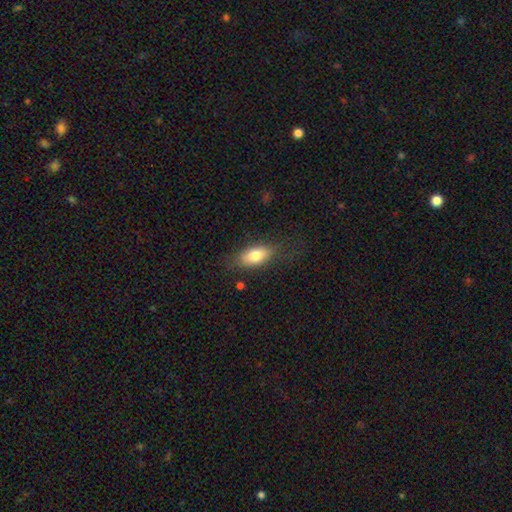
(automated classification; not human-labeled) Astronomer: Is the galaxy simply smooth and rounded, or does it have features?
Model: smooth — 77%.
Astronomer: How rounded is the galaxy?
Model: in between — 86%.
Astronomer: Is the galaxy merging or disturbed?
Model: none — 76%.